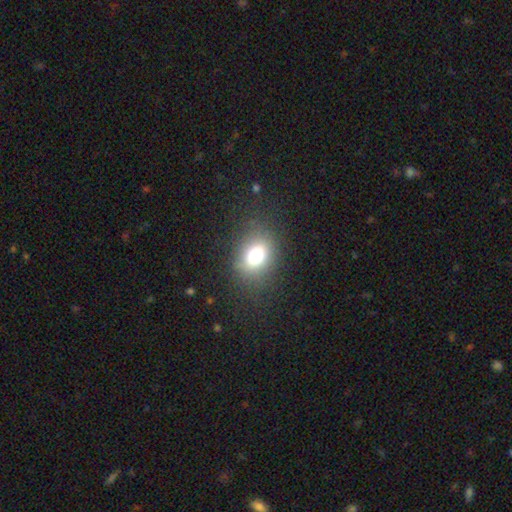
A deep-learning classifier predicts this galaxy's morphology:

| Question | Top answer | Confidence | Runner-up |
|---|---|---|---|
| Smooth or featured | smooth | 73% | star or artifact (15%) |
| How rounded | in between | 59% | round (39%) |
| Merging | none | 81% | minor disturbance (12%) |